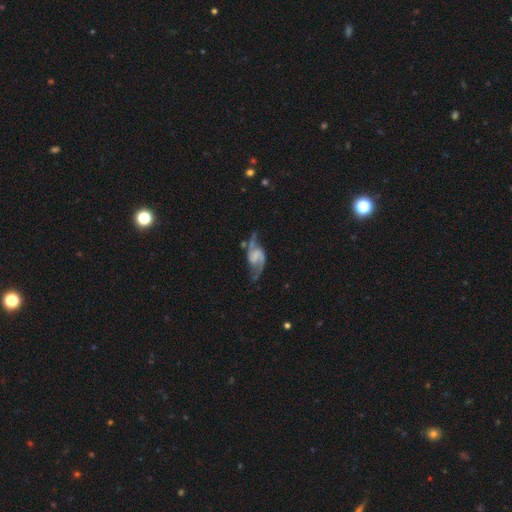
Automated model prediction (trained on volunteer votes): Q: Smooth or featured?
A: featured or disk (86%); runner-up: smooth (8%)
Q: Edge-on disk?
A: no (97%); runner-up: yes (3%)
Q: Bar?
A: weak (44%); runner-up: no (35%)
Q: Spiral arms?
A: yes (95%); runner-up: no (5%)
Q: Spiral winding?
A: loose (56%); runner-up: medium (35%)
Q: Spiral arm count?
A: 2 (91%); runner-up: 1 (3%)
Q: Bulge size?
A: none (57%); runner-up: small (24%)
Q: Merging?
A: none (59%); runner-up: minor disturbance (21%)